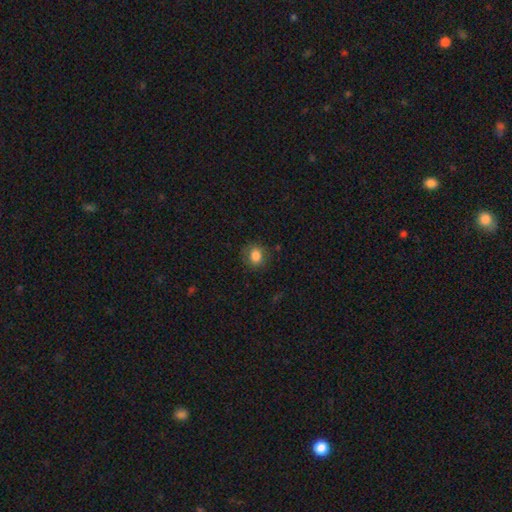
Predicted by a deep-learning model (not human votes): This is clearly a smooth galaxy (83%). How rounded: likely round (64%). Merging: likely none (79%).